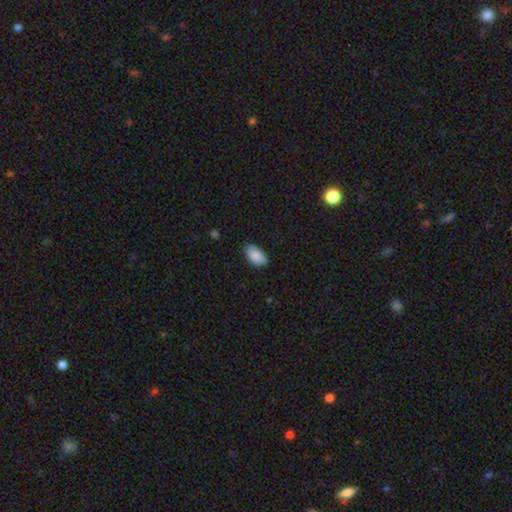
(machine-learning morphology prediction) Smooth or featured? smooth (88%)
How rounded? in between (95%)
Merging? none (75%)